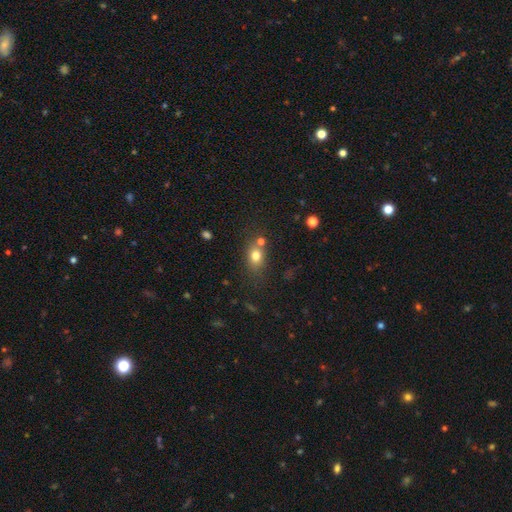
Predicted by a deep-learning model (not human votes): A smooth galaxy with no disk features (76%) that is in between round and cigar-shaped (58%). Merging: none (63%).